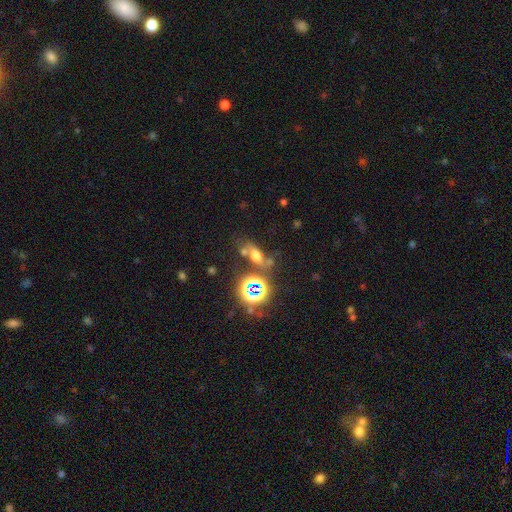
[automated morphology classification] A smooth galaxy with no disk features (50%) that is in between round and cigar-shaped (66%).

Vote fractions:
- Smooth or featured? smooth: 50% / star or artifact: 31% / featured or disk: 19%
- How rounded? in between: 66% / round: 22% / cigar-shaped: 13%
- Merging? none: 51% / merger: 22% / minor disturbance: 17% / major disturbance: 10%